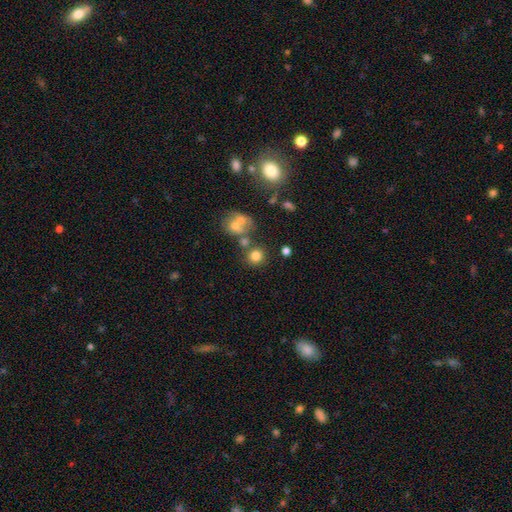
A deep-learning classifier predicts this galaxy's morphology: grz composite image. It shows a smooth galaxy with no disk features (76%) that is round (88%). Merging: none (70%).